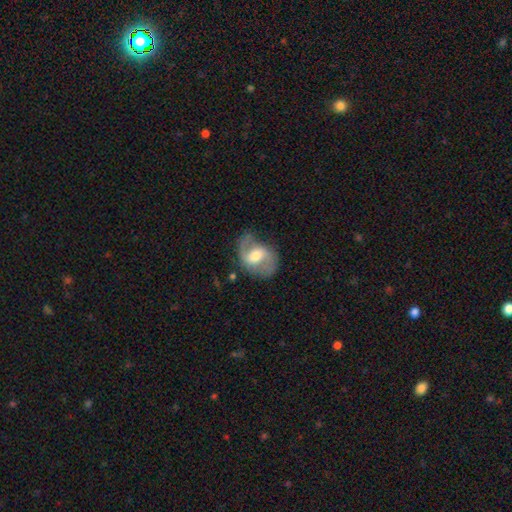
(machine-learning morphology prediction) featured or disk 75%, smooth 19%, star or artifact 6%. Down the decision tree: edge-on disk — no (97%); bar — weak (51%); spiral arms — yes (89%); spiral arm count — 2 (83%); spiral winding — medium (46%); bulge size — moderate (64%); merging — none (65%).